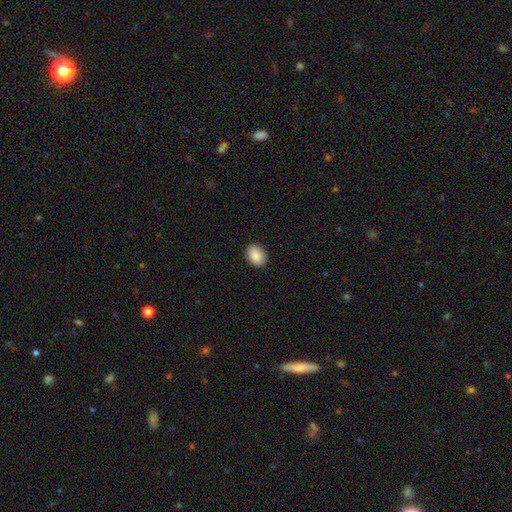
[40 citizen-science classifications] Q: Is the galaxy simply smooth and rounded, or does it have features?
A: smooth — 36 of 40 (90%).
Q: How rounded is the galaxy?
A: in between — 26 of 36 (72%).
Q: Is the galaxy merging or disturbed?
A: none — 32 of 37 (86%).